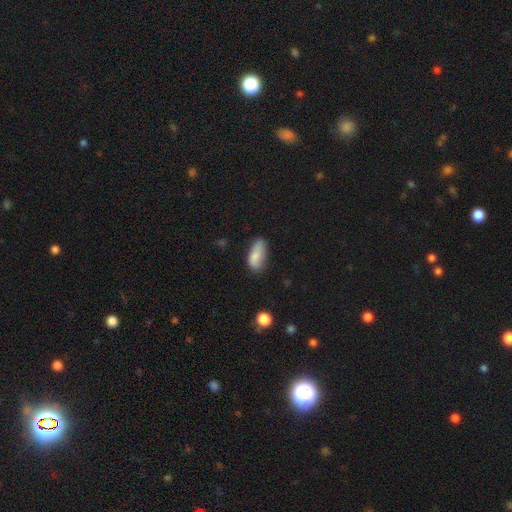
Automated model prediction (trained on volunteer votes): This appears to be a smooth galaxy with no disk features (82%) that is in between round and cigar-shaped (84%). Merging: none (59%).